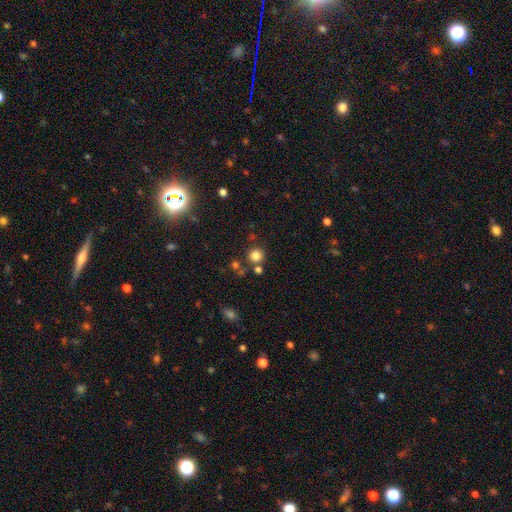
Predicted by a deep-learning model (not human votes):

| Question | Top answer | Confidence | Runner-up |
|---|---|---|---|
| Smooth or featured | smooth | 80% | star or artifact (15%) |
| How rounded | round | 93% | in between (7%) |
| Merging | none | 78% | merger (11%) |